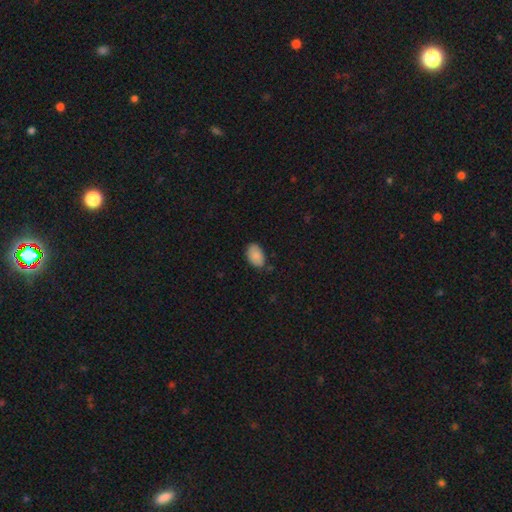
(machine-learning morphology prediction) type=smooth (88%); roundness=in between (90%); merging=none (75%).